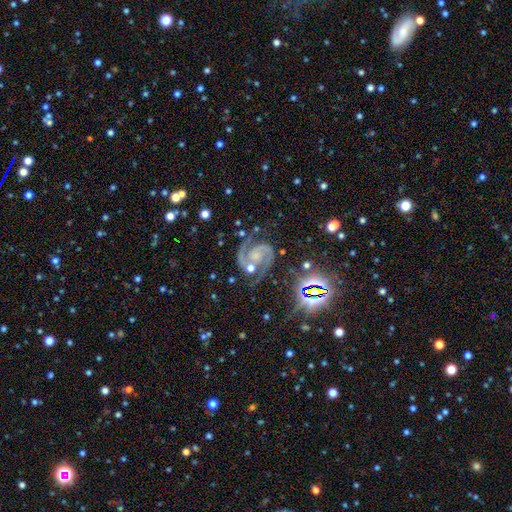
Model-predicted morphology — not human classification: smooth_or_featured: featured or disk (p=0.89) [alt: star or artifact p=0.08]
disk_edge_on: no (p=0.98) [alt: yes p=0.02]
bar: no (p=0.61) [alt: weak p=0.28]
has_spiral_arms: yes (p=0.99) [alt: no p=0.01]
spiral_winding: medium (p=0.59) [alt: tight p=0.32]
spiral_arm_count: 2 (p=0.92) [alt: 3 p=0.02]
bulge_size: small (p=0.46) [alt: moderate p=0.32]
merging: none (p=0.64) [alt: minor disturbance p=0.18]